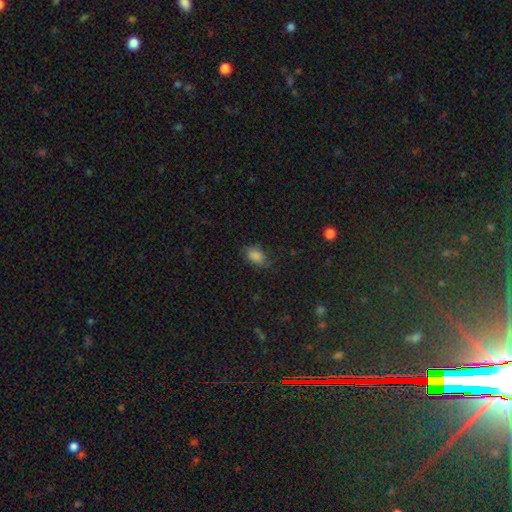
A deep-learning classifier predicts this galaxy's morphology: A smooth galaxy with no disk features (82%) that is in between round and cigar-shaped (85%).

Vote fractions:
- Smooth or featured? smooth: 82% / star or artifact: 10% / featured or disk: 8%
- How rounded? in between: 85% / round: 14% / cigar-shaped: 2%
- Merging? none: 68% / minor disturbance: 24% / major disturbance: 7% / merger: 1%